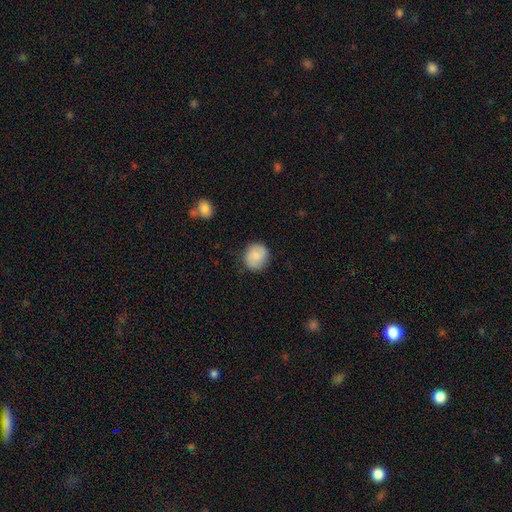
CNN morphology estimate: Smooth or featured: smooth — 81% (featured or disk — 12%)
How rounded: round — 83% (in between — 16%)
Merging: none — 84% (minor disturbance — 12%)